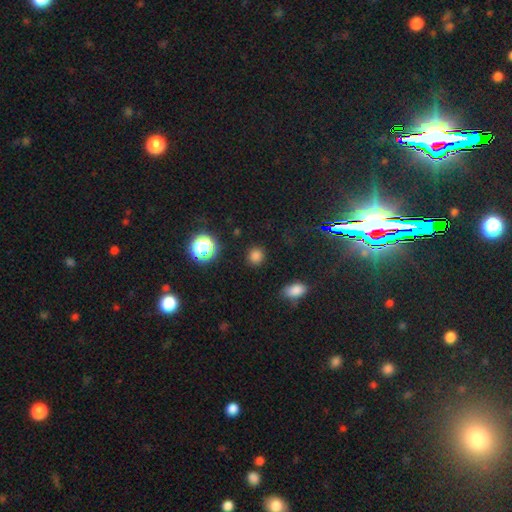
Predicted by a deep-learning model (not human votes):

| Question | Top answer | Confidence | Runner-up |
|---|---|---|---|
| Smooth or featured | smooth | 77% | star or artifact (19%) |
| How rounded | round | 88% | in between (11%) |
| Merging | none | 88% | minor disturbance (7%) |